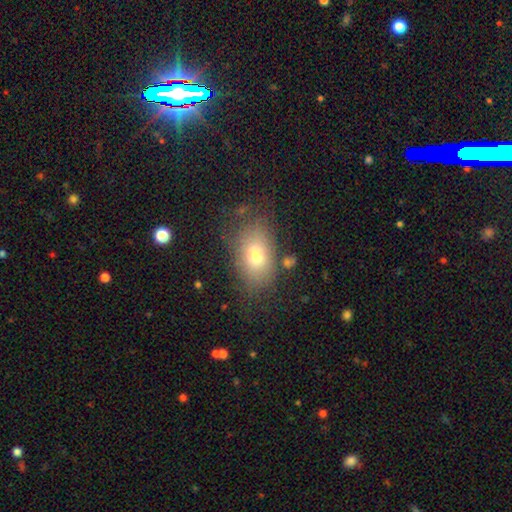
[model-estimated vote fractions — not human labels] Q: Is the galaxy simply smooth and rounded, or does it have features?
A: smooth — 73%.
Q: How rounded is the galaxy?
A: in between — 85%.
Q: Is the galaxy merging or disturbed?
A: none — 72%.